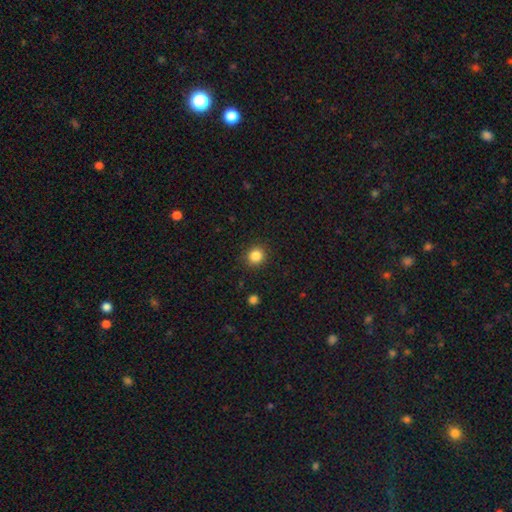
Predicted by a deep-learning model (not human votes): Smooth or featured? Predicted: smooth (p=0.84). How rounded? Predicted: round (p=0.88). Merging? Predicted: none (p=0.90).